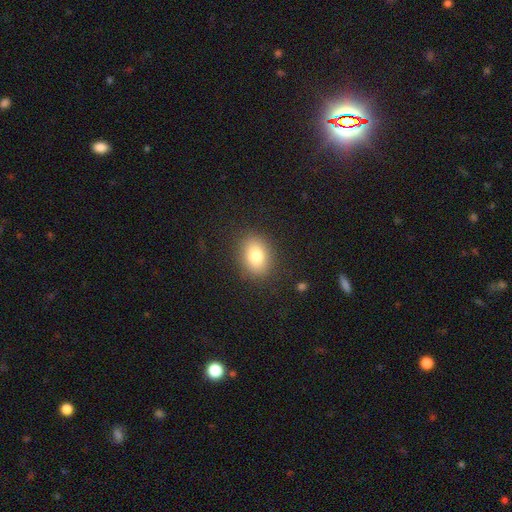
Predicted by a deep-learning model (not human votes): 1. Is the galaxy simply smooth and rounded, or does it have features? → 80% smooth, 10% featured or disk, 10% star or artifact.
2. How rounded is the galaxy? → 67% in between, 32% round, 1% cigar-shaped.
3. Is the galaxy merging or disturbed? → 85% none, 10% minor disturbance, 4% major disturbance, 1% merger.